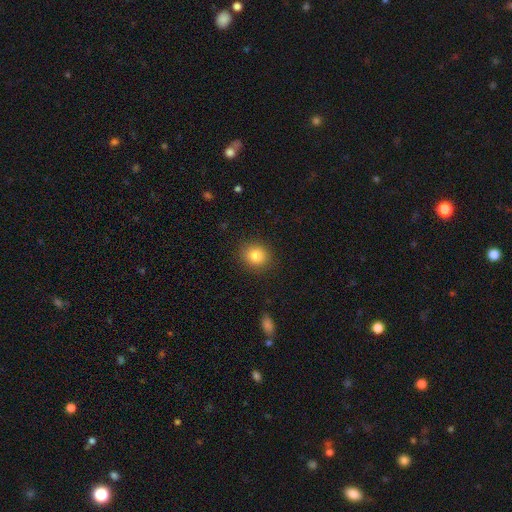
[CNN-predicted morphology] smooth-or-featured: smooth: 83% | star or artifact: 11% | featured or disk: 7%
  how-rounded: round: 83% | in between: 16% | cigar-shaped: 1%
  merging: none: 89% | minor disturbance: 7% | major disturbance: 2% | merger: 1%